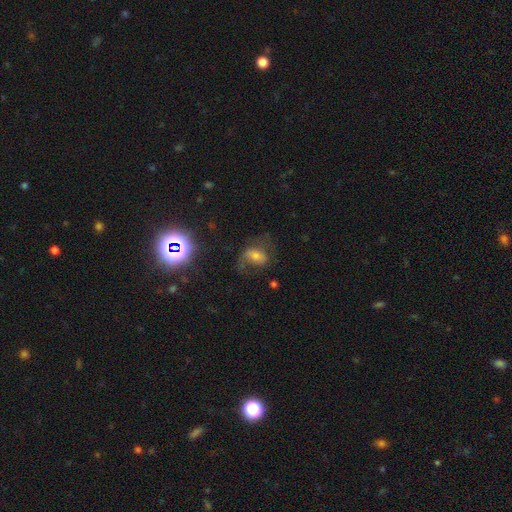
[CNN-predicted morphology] Smooth or featured? Predicted: featured or disk (p=0.45). Merging? Predicted: none (p=0.47).